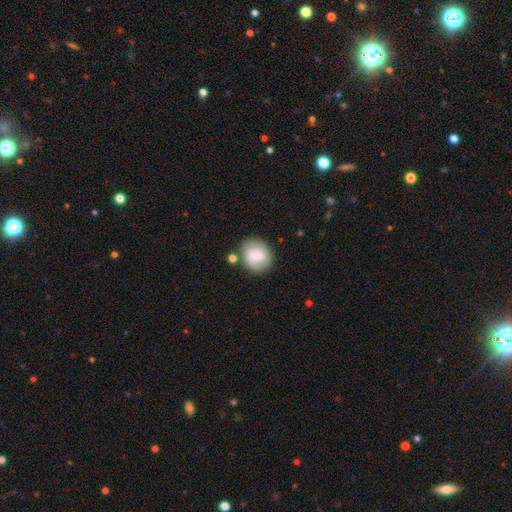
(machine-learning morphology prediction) A smooth galaxy with no disk features (47%). Merging: none (75%).